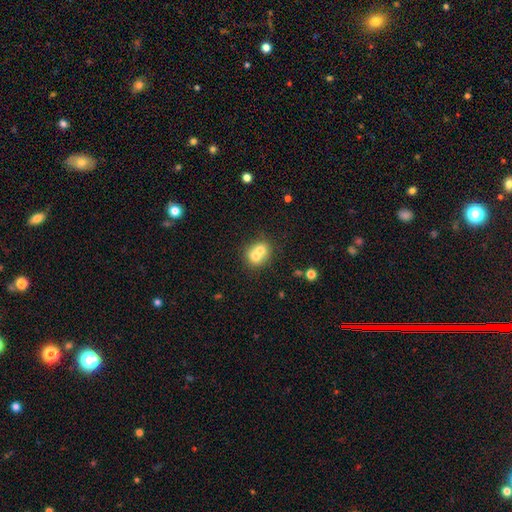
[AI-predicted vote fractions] Overall: smooth (68%). How rounded: round (73%). Merging: merger (67%).